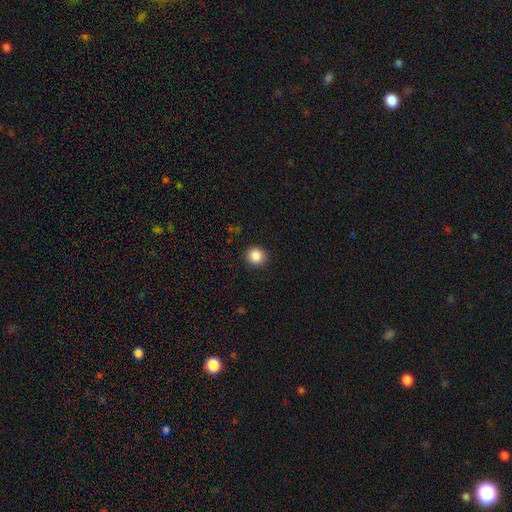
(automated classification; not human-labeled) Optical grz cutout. It shows a smooth galaxy with no disk features (88%) that is round (84%). Merging: none (91%).